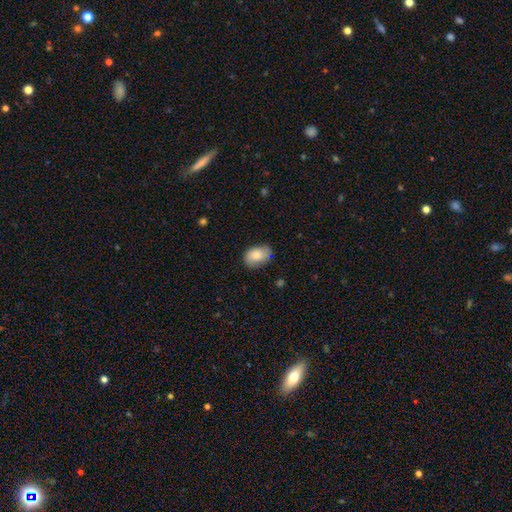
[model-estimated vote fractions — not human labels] The model was most divided on "merging": none: 74%, minor disturbance: 21%, major disturbance: 4%, merger: 2%. More confident: how rounded — in between (82%); smooth or featured — smooth (80%).